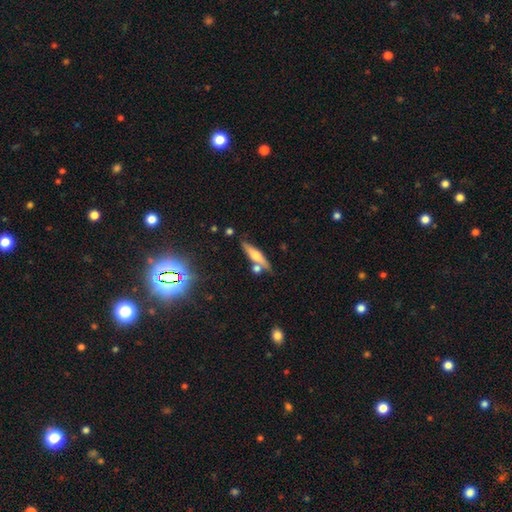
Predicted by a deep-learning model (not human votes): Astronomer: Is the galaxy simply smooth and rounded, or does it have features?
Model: smooth — 46%, tied with featured or disk at 46%.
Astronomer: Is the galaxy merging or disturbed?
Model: none — 69%.